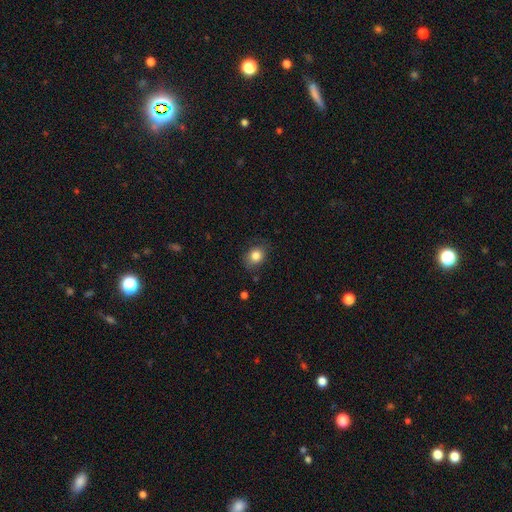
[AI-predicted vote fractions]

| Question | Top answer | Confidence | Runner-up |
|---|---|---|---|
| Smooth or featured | smooth | 83% | star or artifact (10%) |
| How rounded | round | 50% | in between (49%) |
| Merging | none | 78% | minor disturbance (16%) |